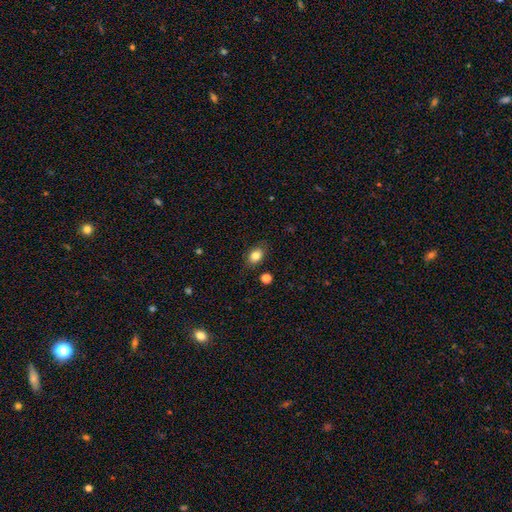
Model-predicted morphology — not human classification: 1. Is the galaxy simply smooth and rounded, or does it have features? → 81% smooth, 10% star or artifact, 10% featured or disk.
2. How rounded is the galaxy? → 75% in between, 24% round, 2% cigar-shaped.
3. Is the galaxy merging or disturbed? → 81% none, 13% minor disturbance, 3% major disturbance, 2% merger.